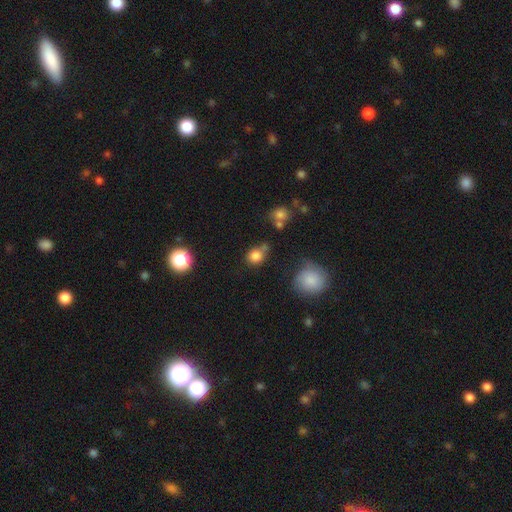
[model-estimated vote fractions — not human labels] A smooth galaxy with no disk features (81%) that is round (66%). Merging: none (55%).